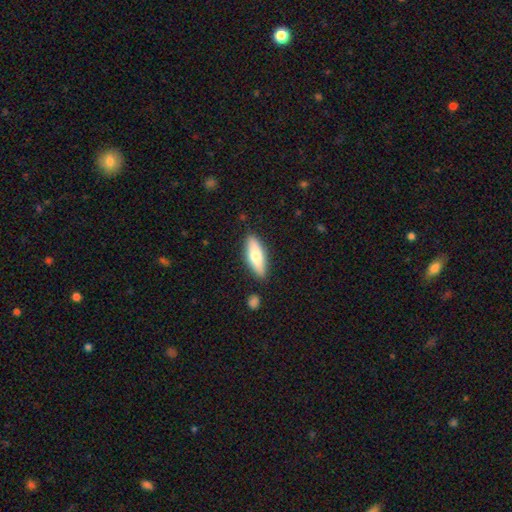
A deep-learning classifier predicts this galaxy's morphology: Q: Smooth or featured?
A: smooth (68%); runner-up: featured or disk (26%)
Q: How rounded?
A: in between (59%); runner-up: cigar-shaped (38%)
Q: Merging?
A: none (85%); runner-up: minor disturbance (11%)